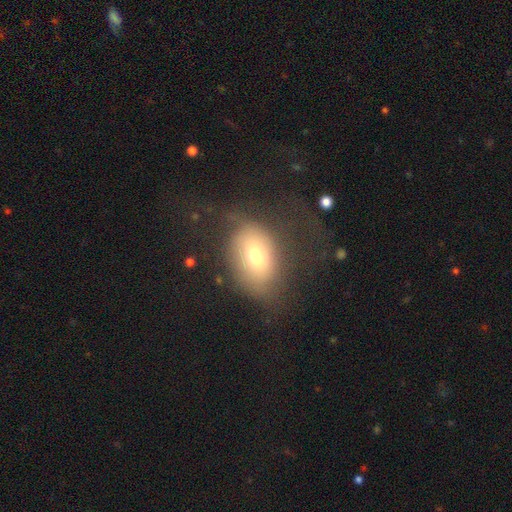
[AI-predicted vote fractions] A smooth galaxy with no disk features (68%) that is in between round and cigar-shaped (69%).

Vote fractions:
- Smooth or featured? smooth: 68% / featured or disk: 21% / star or artifact: 11%
- How rounded? in between: 69% / round: 30% / cigar-shaped: 1%
- Merging? none: 48% / major disturbance: 28% / minor disturbance: 22% / merger: 2%